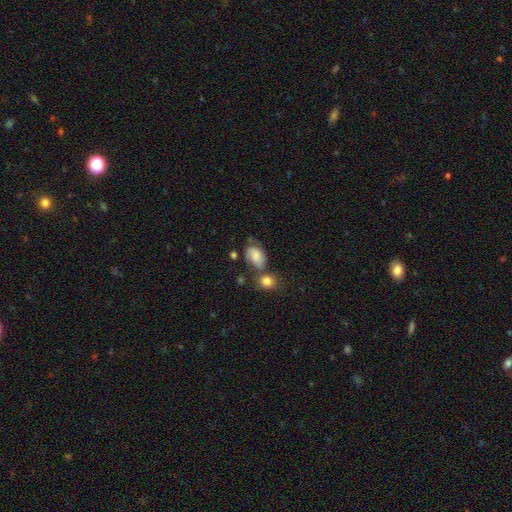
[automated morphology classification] Smooth or featured?
  - smooth: 58% *
  - featured or disk: 32%
  - star or artifact: 10%
How rounded?
  - in between: 79% *
  - round: 19%
  - cigar-shaped: 2%
Merging?
  - none: 40% *
  - minor disturbance: 24%
  - merger: 22%
  - major disturbance: 14%